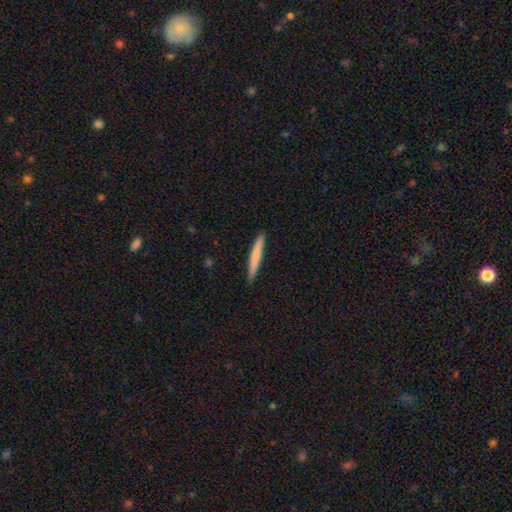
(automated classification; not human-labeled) smooth 71%, featured or disk 23%, star or artifact 5%. Down the decision tree: how rounded — cigar-shaped (95%); merging — none (88%).